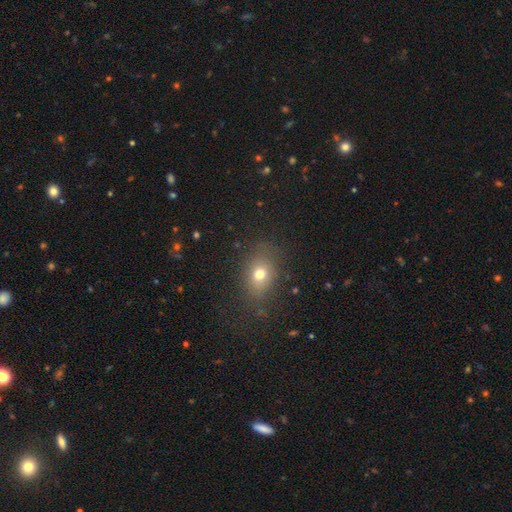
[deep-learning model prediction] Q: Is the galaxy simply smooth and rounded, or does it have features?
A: smooth — 66%.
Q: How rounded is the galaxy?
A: in between — 61%.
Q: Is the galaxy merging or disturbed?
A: none — 84%.